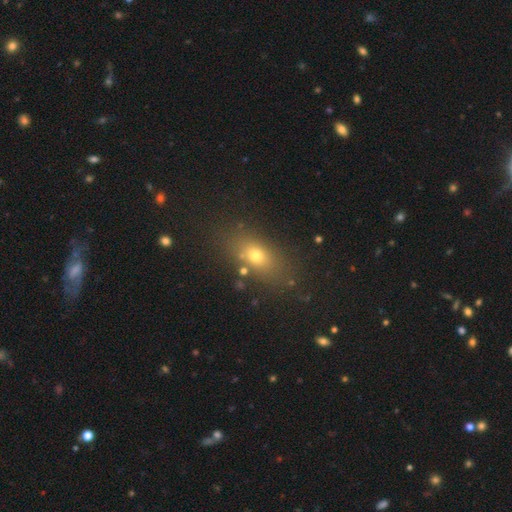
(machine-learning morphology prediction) This appears to be a smooth galaxy with no disk features (68%) that is in between round and cigar-shaped (70%). Merging: none (80%).